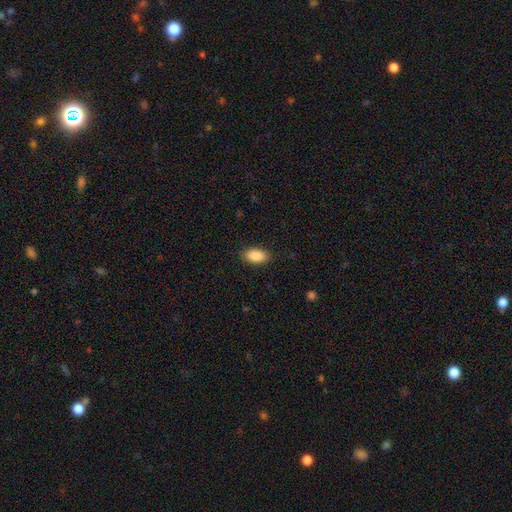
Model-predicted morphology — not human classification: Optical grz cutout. It shows a smooth galaxy with no disk features (88%) that is in between round and cigar-shaped (93%). Merging: none (88%).